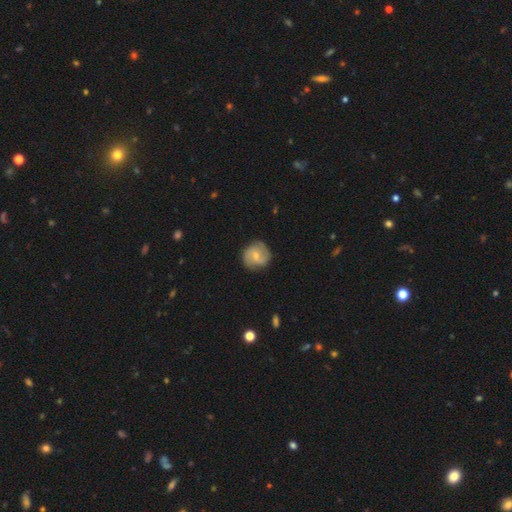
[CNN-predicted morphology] Q: Smooth or featured?
A: featured or disk (50%); runner-up: smooth (43%)
Q: Edge-on disk?
A: no (97%); runner-up: yes (3%)
Q: Merging?
A: none (80%); runner-up: minor disturbance (15%)